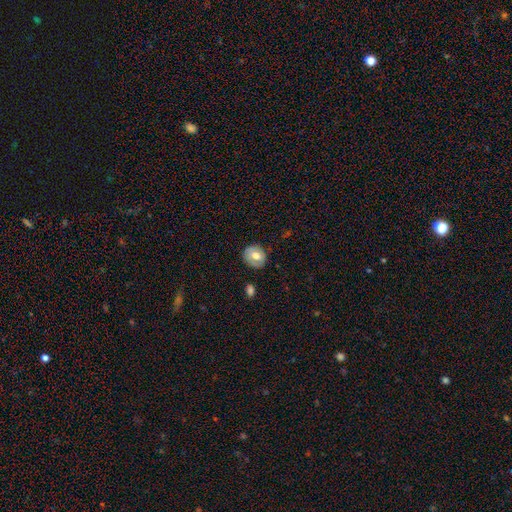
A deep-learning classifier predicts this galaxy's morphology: Q: Smooth or featured?
A: smooth (63%); runner-up: featured or disk (29%)
Q: How rounded?
A: round (71%); runner-up: in between (28%)
Q: Merging?
A: none (79%); runner-up: minor disturbance (15%)